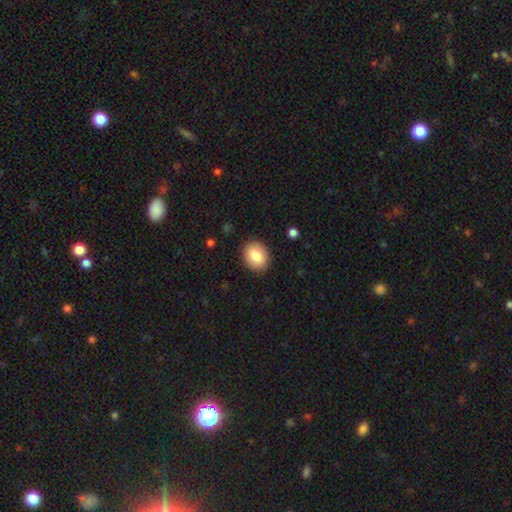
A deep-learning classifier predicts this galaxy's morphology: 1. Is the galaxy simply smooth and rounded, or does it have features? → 82% smooth, 10% featured or disk, 8% star or artifact.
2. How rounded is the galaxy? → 52% round, 47% in between, 1% cigar-shaped.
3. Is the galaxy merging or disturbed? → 90% none, 7% minor disturbance, 2% major disturbance, 1% merger.